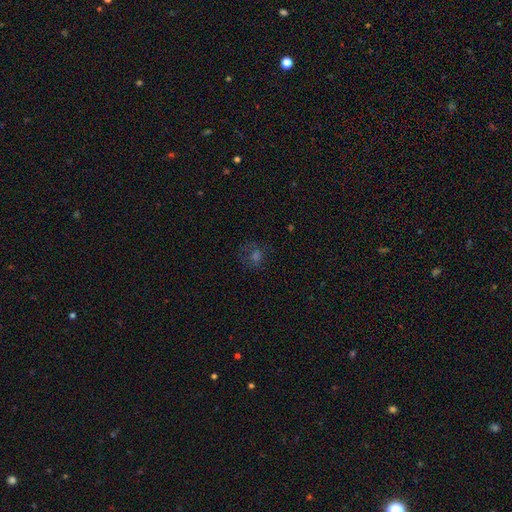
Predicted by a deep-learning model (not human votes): The model was most divided on "smooth or featured": smooth: 47%, star or artifact: 32%, featured or disk: 22%. More confident: merging — none (68%).